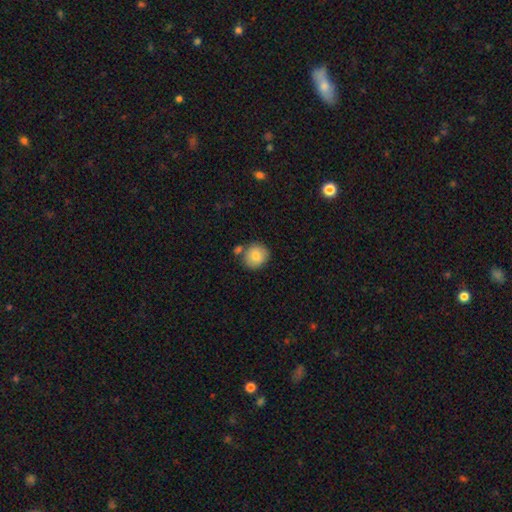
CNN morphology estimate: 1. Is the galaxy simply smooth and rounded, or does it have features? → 81% smooth, 11% featured or disk, 8% star or artifact.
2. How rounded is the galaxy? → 82% round, 17% in between, 1% cigar-shaped.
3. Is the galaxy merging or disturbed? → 69% none, 16% merger, 11% minor disturbance, 3% major disturbance.